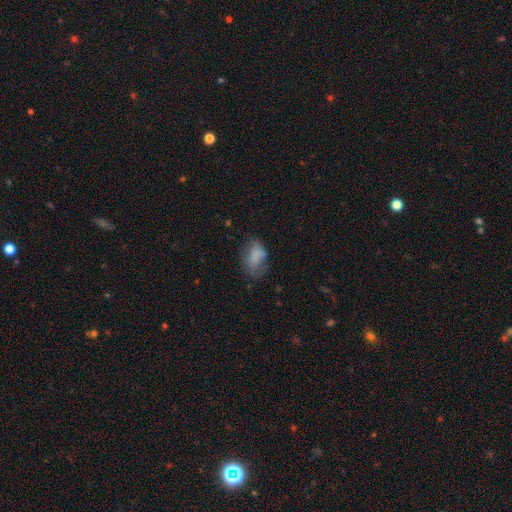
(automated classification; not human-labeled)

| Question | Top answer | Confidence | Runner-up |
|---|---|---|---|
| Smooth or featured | smooth | 69% | featured or disk (21%) |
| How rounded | in between | 87% | round (11%) |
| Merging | none | 41% | minor disturbance (30%) |